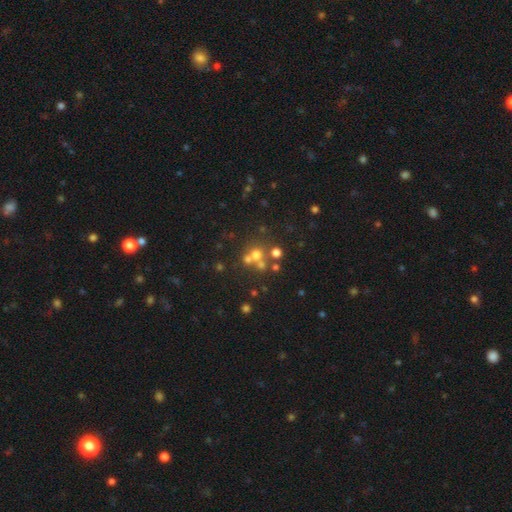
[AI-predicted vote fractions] This appears to be a smooth galaxy with no disk features (51%) that is round (86%). Merging: none (49%).